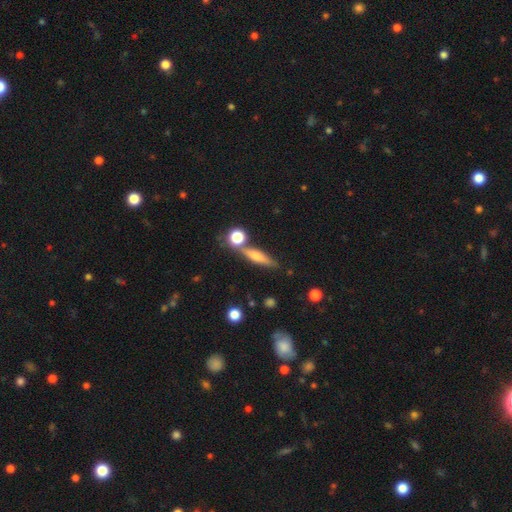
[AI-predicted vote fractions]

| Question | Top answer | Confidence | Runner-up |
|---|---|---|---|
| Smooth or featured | smooth | 46% | featured or disk (44%) |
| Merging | none | 71% | merger (14%) |